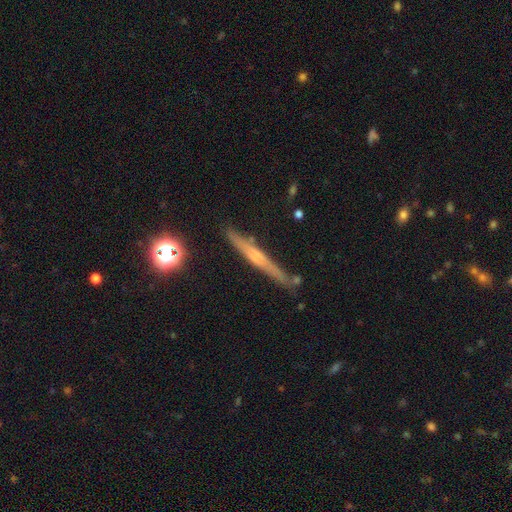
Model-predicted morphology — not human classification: Overall: featured or disk (64%; smooth 27%). Edge-on disk: yes (97%). Edge-on bulge: rounded (53%; none 36%). Merging: none (85%).